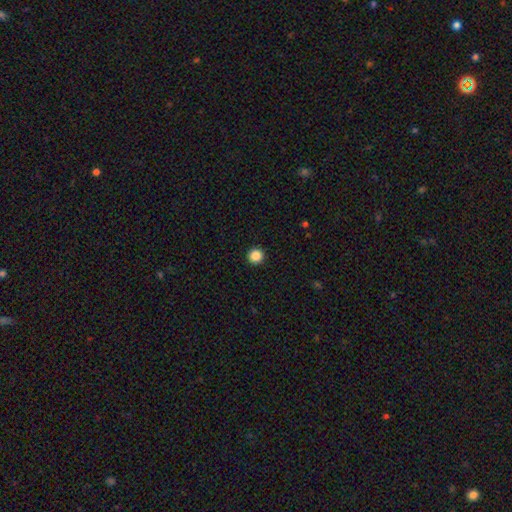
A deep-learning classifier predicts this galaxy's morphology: type=smooth (86%); roundness=round (96%); merging=none (94%).